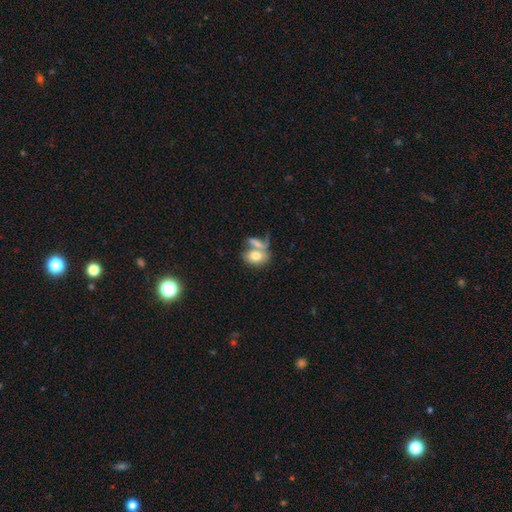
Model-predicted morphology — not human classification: type=smooth (74%); roundness=in between (77%); merging=merger (49%).